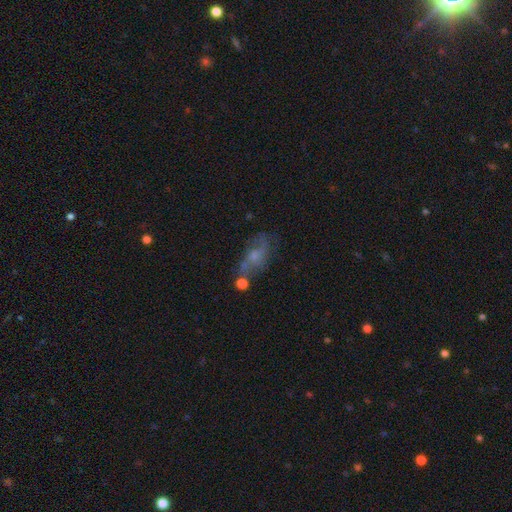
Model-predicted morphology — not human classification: Overall: featured or disk (50%; smooth 38%). Edge-on disk: no (90%). Merging: none (44%; minor disturbance 23%).